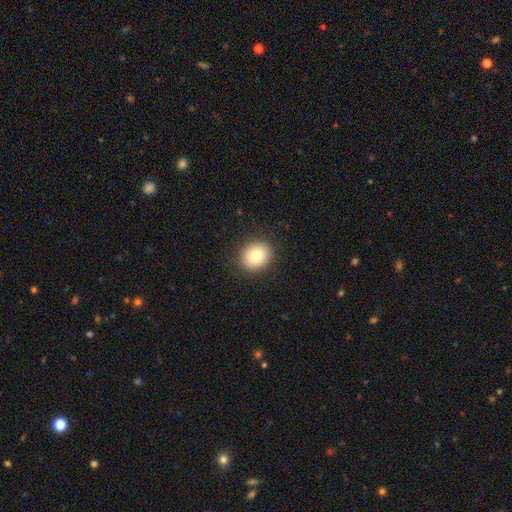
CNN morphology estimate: Smooth or featured?
  - smooth: 81% *
  - star or artifact: 10%
  - featured or disk: 9%
How rounded?
  - round: 72% *
  - in between: 27%
  - cigar-shaped: 1%
Merging?
  - none: 90% *
  - minor disturbance: 7%
  - major disturbance: 2%
  - merger: 1%